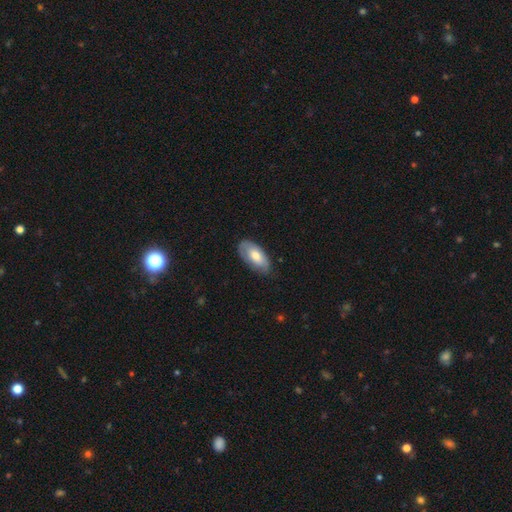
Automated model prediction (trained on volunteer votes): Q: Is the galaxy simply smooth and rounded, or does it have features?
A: smooth — 64%.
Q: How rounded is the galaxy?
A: in between — 93%.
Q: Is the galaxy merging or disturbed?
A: none — 72%.